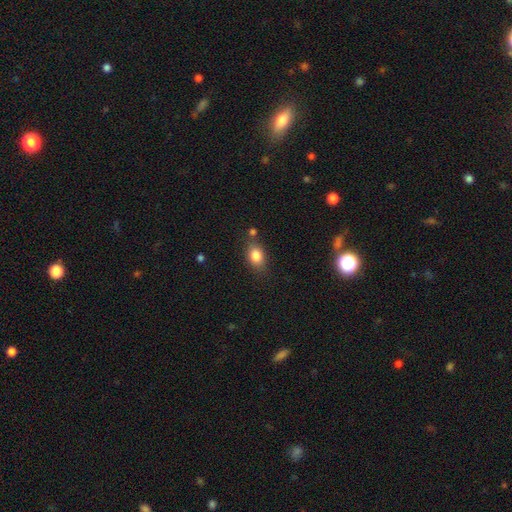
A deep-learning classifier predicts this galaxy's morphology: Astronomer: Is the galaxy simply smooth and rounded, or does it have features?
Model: smooth — 83%.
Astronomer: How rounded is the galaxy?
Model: in between — 74%.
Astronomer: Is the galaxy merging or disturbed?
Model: none — 72%.